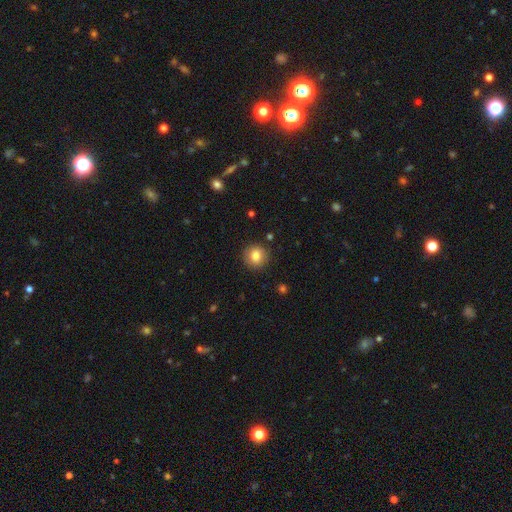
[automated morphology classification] Smooth or featured? smooth (82%)
How rounded? round (90%)
Merging? none (89%)